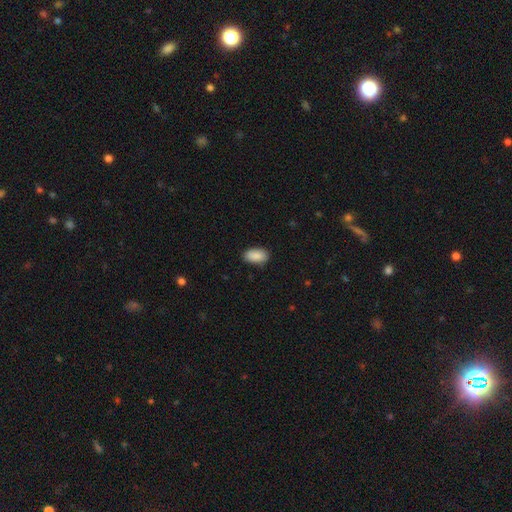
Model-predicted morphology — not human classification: A smooth galaxy with no disk features (89%) that is in between round and cigar-shaped (94%). Merging: none (85%).